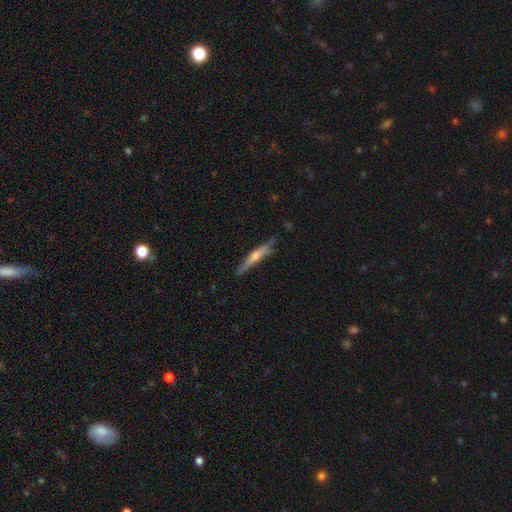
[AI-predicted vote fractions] Morphology: type=featured or disk (54%); edge-on=yes (94%); edge-on bulge=rounded (73%); merging=none (73%).